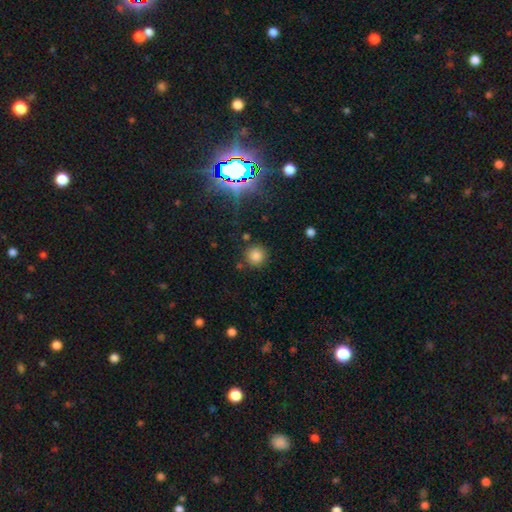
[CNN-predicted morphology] Smooth or featured? smooth (79%)
How rounded? round (93%)
Merging? none (84%)